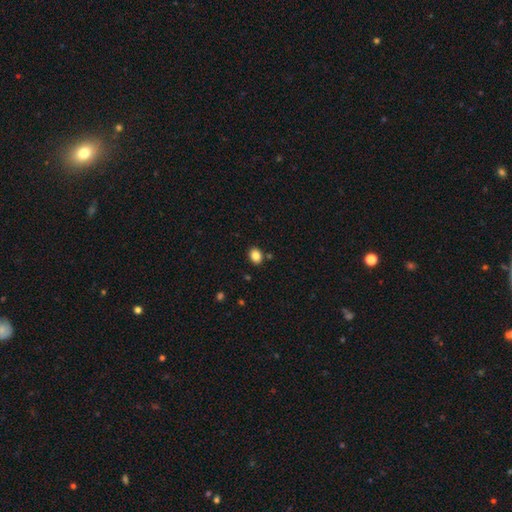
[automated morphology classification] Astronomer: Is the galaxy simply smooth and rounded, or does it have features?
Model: smooth — 85%.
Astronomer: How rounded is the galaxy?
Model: in between — 58% (runner-up: round, 41%).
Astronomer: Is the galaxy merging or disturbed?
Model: none — 86%.